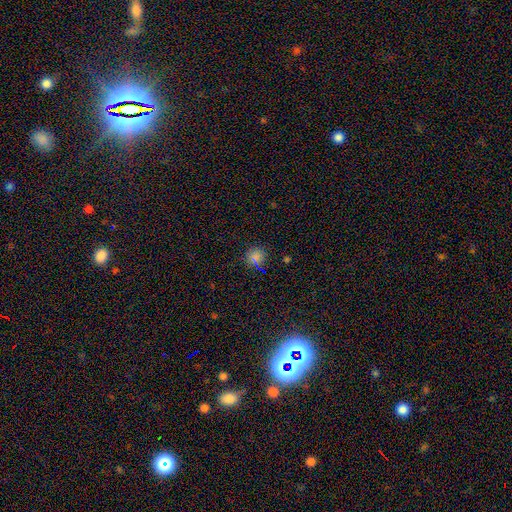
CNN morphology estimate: smooth_or_featured: smooth (p=0.68) [alt: star or artifact p=0.26]
how_rounded: round (p=0.86) [alt: in between p=0.13]
merging: none (p=0.84) [alt: minor disturbance p=0.10]